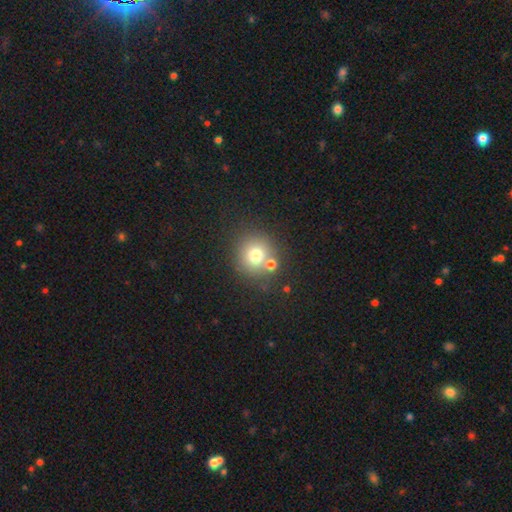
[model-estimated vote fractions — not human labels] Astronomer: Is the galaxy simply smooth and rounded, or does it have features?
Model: smooth — 73%.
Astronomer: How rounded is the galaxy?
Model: round — 90%.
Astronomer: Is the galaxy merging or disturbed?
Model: none — 70%.